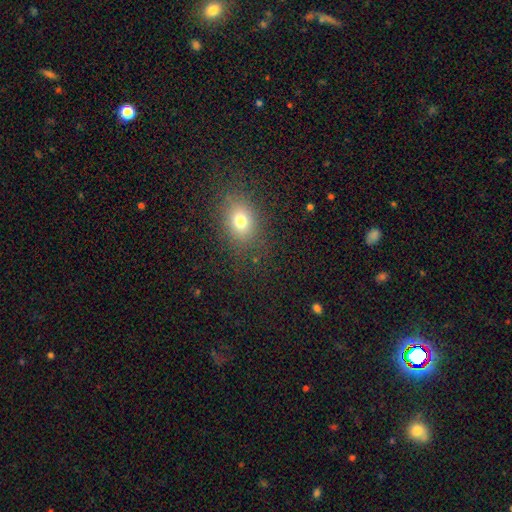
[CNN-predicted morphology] Q: Smooth or featured?
A: smooth (72%); runner-up: star or artifact (19%)
Q: How rounded?
A: in between (61%); runner-up: round (38%)
Q: Merging?
A: none (87%); runner-up: minor disturbance (9%)